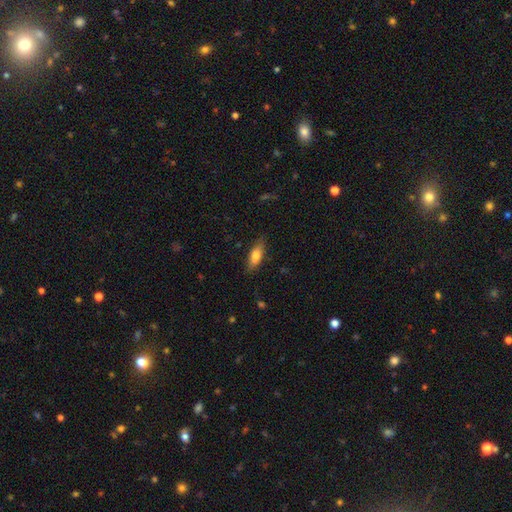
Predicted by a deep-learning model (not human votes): smooth-or-featured: smooth: 75% | featured or disk: 18% | star or artifact: 7%
  how-rounded: in between: 63% | cigar-shaped: 35% | round: 2%
  merging: none: 80% | minor disturbance: 15% | major disturbance: 3% | merger: 1%